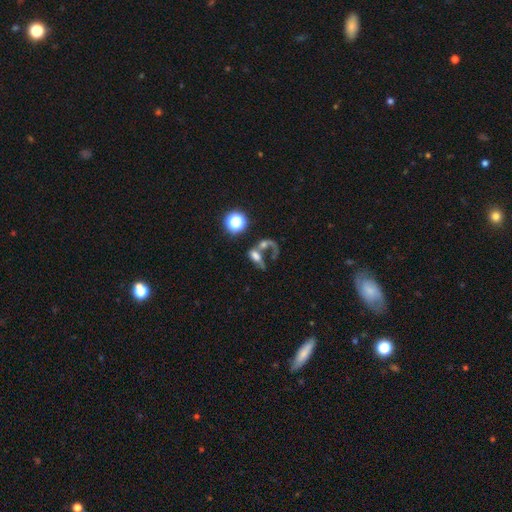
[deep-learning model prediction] A smooth galaxy with no disk features (45%).

Vote fractions:
- Smooth or featured? smooth: 45% / featured or disk: 39% / star or artifact: 16%
- Merging? merger: 50% / major disturbance: 23% / none: 19% / minor disturbance: 8%